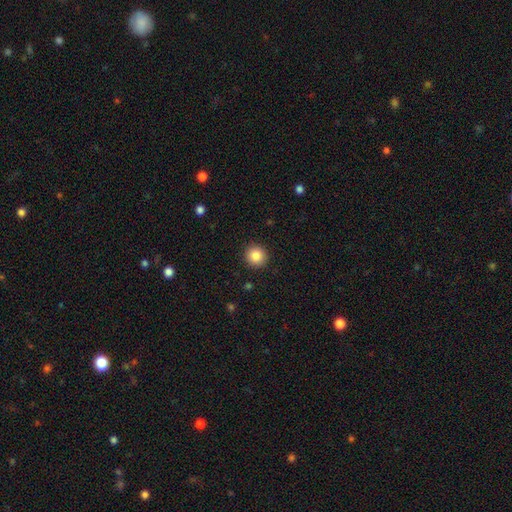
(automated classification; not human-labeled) Q: Smooth or featured?
A: smooth (85%); runner-up: star or artifact (9%)
Q: How rounded?
A: round (94%); runner-up: in between (5%)
Q: Merging?
A: none (92%); runner-up: minor disturbance (5%)